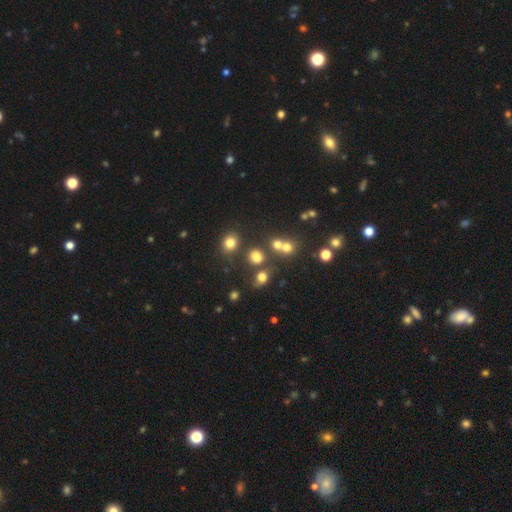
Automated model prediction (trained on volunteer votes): Morphology: type=smooth (70%); roundness=round (76%); merging=none (62%).